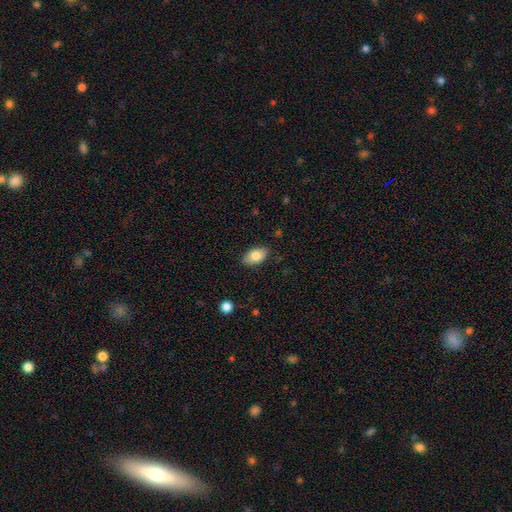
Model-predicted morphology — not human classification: Overall: smooth (81%). How rounded: in between (92%). Merging: none (84%).